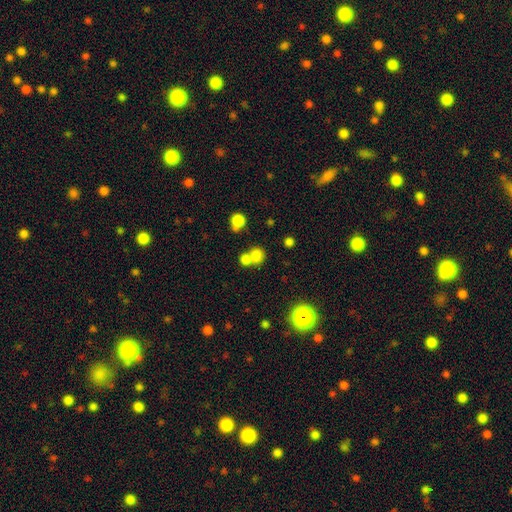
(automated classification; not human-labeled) Morphology: type=smooth (75%); roundness=round (75%); merging=merger (45%).